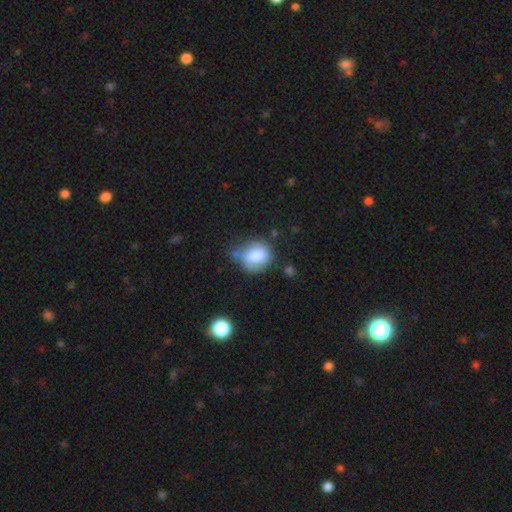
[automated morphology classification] The model was most divided on "merging": none: 41%, minor disturbance: 33%, major disturbance: 13%, merger: 12%. More confident: smooth or featured — smooth (81%); how rounded — round (61%).